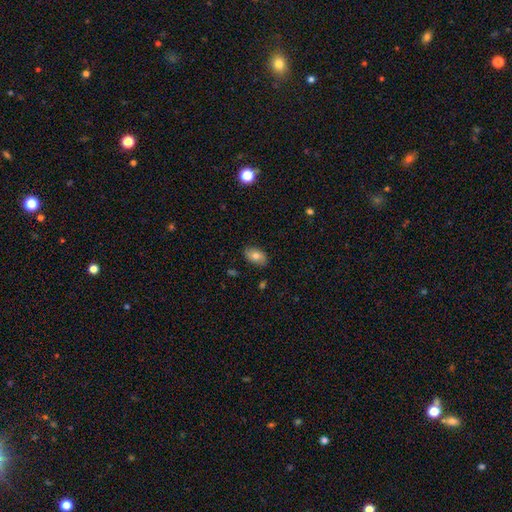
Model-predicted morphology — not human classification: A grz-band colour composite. It shows a smooth galaxy with no disk features (75%) that is in between round and cigar-shaped (90%). Merging: none (82%).